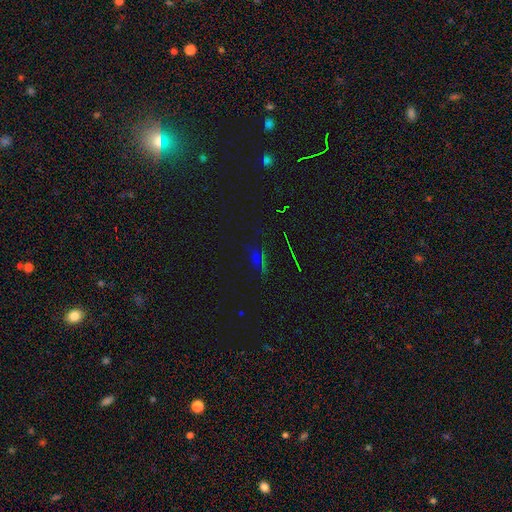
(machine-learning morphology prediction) Smooth or featured?
  - star or artifact: 65% *
  - smooth: 22%
  - featured or disk: 13%